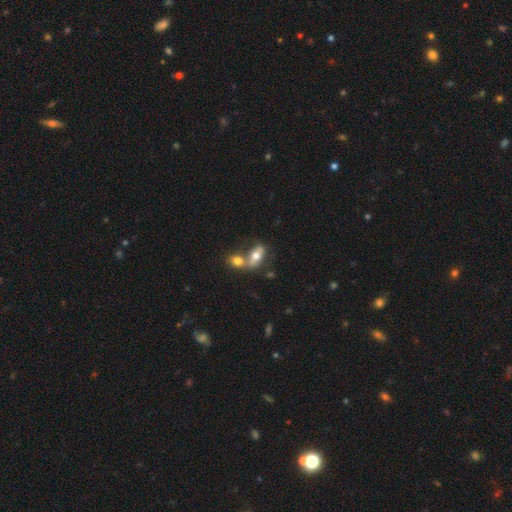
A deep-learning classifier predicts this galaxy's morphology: Smooth or featured?
  - smooth: 62% *
  - featured or disk: 30%
  - star or artifact: 8%
How rounded?
  - in between: 79% *
  - cigar-shaped: 13%
  - round: 9%
Merging?
  - merger: 56% *
  - none: 32%
  - minor disturbance: 8%
  - major disturbance: 4%